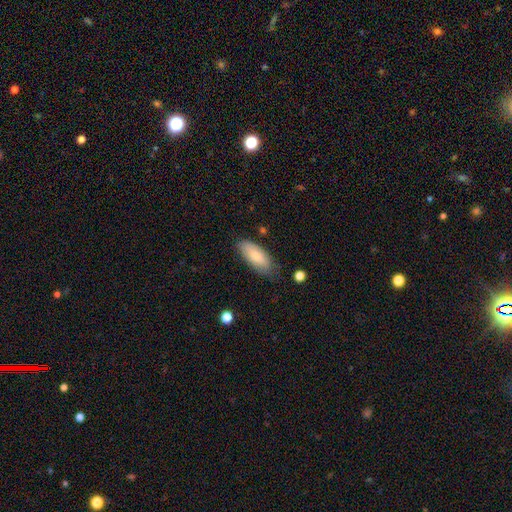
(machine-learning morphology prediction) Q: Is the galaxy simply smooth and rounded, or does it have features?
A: smooth — 79%.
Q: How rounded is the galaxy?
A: in between — 83%.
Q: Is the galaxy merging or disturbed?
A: none — 72%.